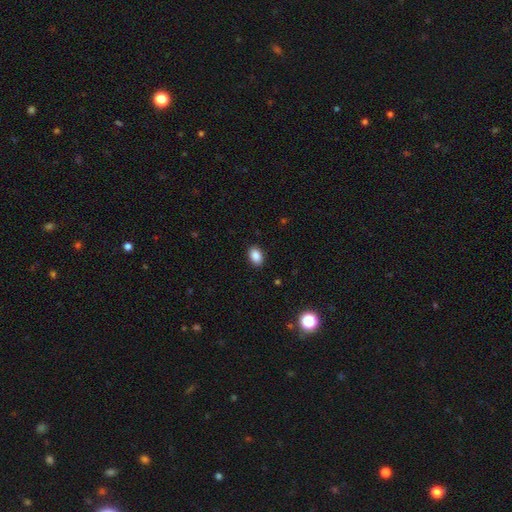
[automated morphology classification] Smooth or featured?
  - smooth: 88% *
  - star or artifact: 8%
  - featured or disk: 3%
How rounded?
  - in between: 86% *
  - round: 13%
  - cigar-shaped: 1%
Merging?
  - none: 89% *
  - minor disturbance: 8%
  - major disturbance: 2%
  - merger: 1%